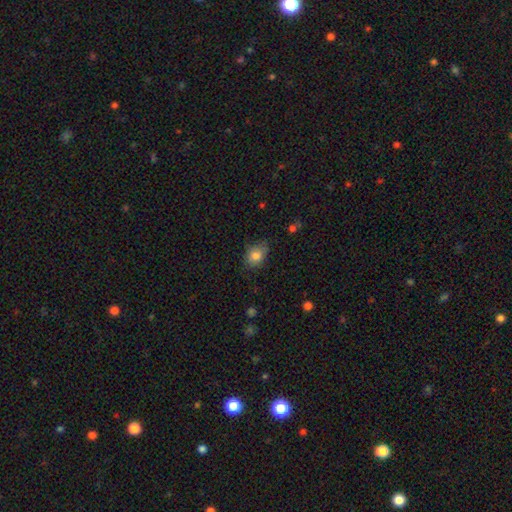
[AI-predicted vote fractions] Overall: smooth (82%). How rounded: in between (68%; round 31%). Merging: none (69%).